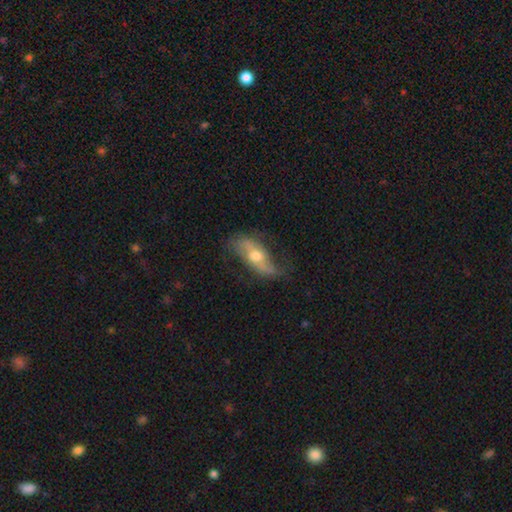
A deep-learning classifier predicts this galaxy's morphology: featured or disk 70%, smooth 22%, star or artifact 8%. Down the decision tree: edge-on disk — no (80%); bar — no (51%); spiral arms — yes (84%); bulge size — moderate (69%); merging — none (66%).